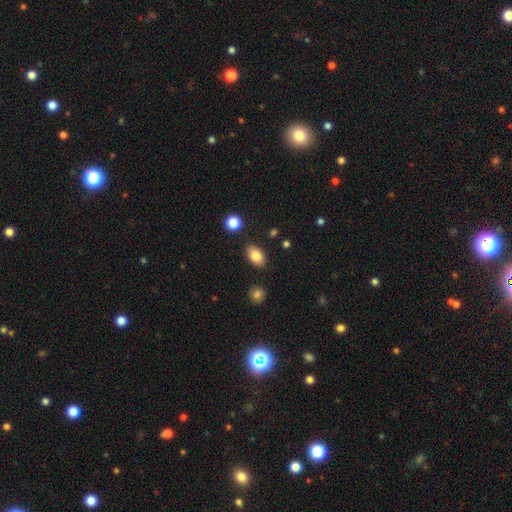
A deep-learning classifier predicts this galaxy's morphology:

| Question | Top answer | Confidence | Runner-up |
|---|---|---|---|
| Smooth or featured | smooth | 84% | star or artifact (8%) |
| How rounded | in between | 87% | round (11%) |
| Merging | none | 85% | minor disturbance (10%) |